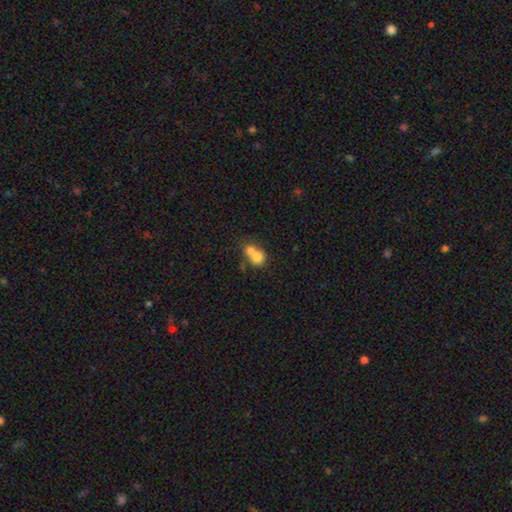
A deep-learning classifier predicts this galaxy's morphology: This is likely a smooth galaxy (73%). How rounded: likely round (72%). Merging: likely merger (68%).